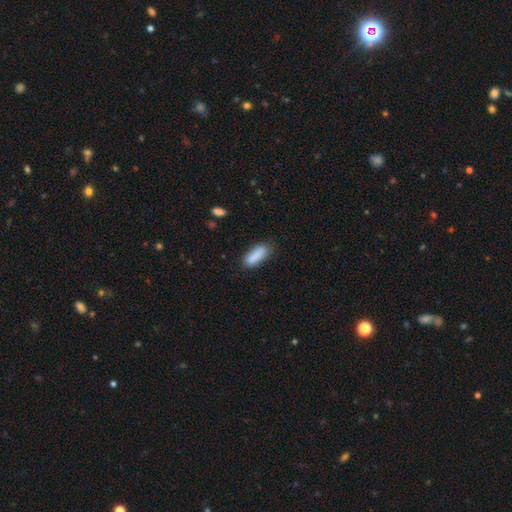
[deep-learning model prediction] Smooth or featured?
  - smooth: 87% *
  - star or artifact: 7%
  - featured or disk: 6%
How rounded?
  - in between: 63% *
  - cigar-shaped: 35%
  - round: 2%
Merging?
  - none: 73% *
  - minor disturbance: 20%
  - major disturbance: 4%
  - merger: 3%